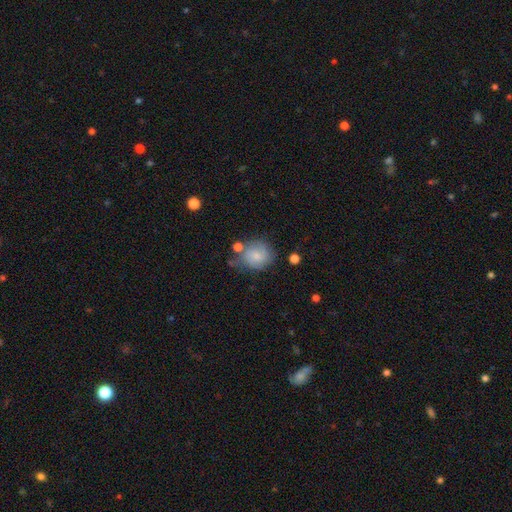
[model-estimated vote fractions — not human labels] smooth-or-featured: smooth: 59% | featured or disk: 33% | star or artifact: 8%
  how-rounded: round: 78% | in between: 21% | cigar-shaped: 1%
  merging: none: 51% | minor disturbance: 26% | merger: 11% | major disturbance: 11%